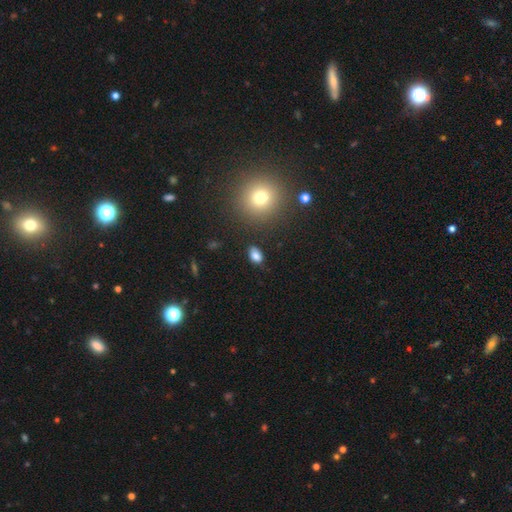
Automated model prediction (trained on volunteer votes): The model was most divided on "smooth or featured": smooth: 80%, star or artifact: 12%, featured or disk: 8%. More confident: how rounded — in between (85%); merging — none (81%).